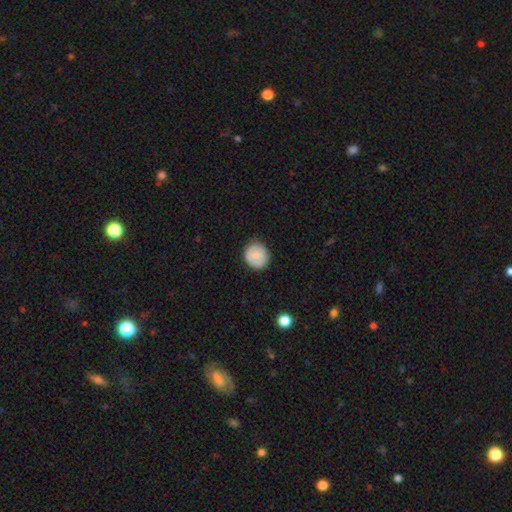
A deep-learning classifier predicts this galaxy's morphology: A smooth galaxy with no disk features (75%) that is round (84%). Merging: none (83%).